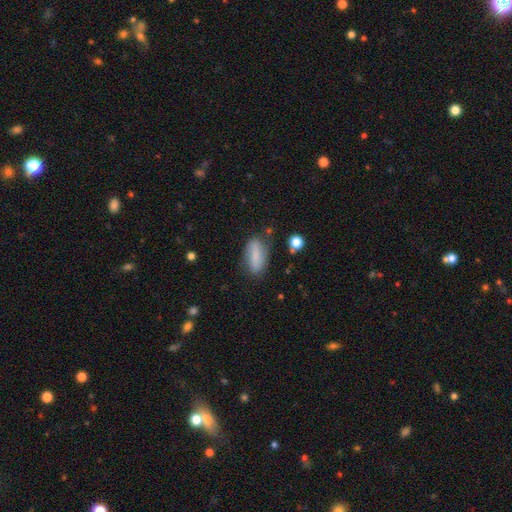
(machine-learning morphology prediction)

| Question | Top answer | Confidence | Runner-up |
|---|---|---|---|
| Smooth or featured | smooth | 75% | featured or disk (17%) |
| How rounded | in between | 72% | cigar-shaped (24%) |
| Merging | none | 70% | minor disturbance (20%) |